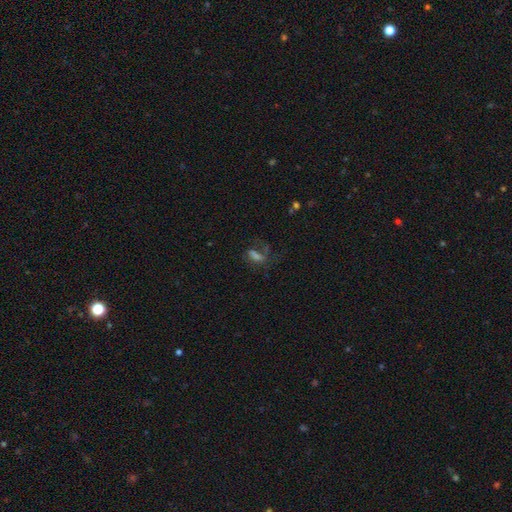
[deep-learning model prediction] smooth 38%, featured or disk 34%, star or artifact 28%. Down the decision tree: merging — none (44%).